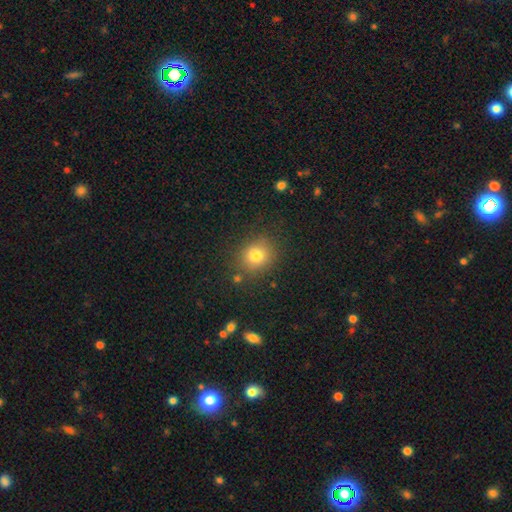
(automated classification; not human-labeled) This appears to be a smooth galaxy with no disk features (77%) that is round (74%). Merging: none (80%).